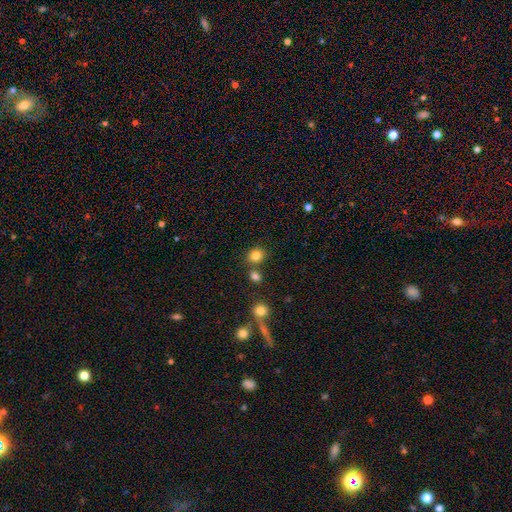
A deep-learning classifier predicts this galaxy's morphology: Smooth or featured? Predicted: smooth (p=0.83). How rounded? Predicted: round (p=0.69). Merging? Predicted: none (p=0.72).